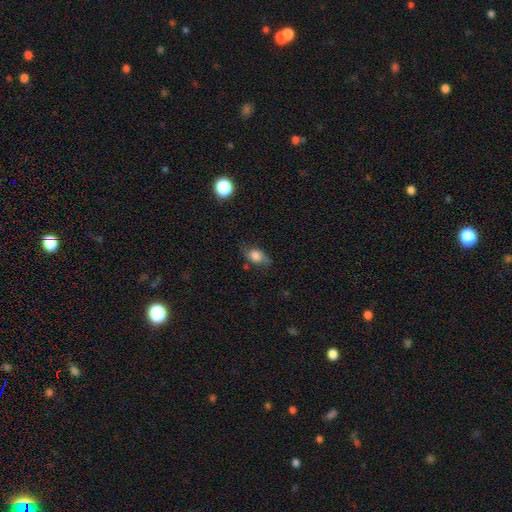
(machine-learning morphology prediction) type=smooth (66%); roundness=in between (76%); merging=none (61%).